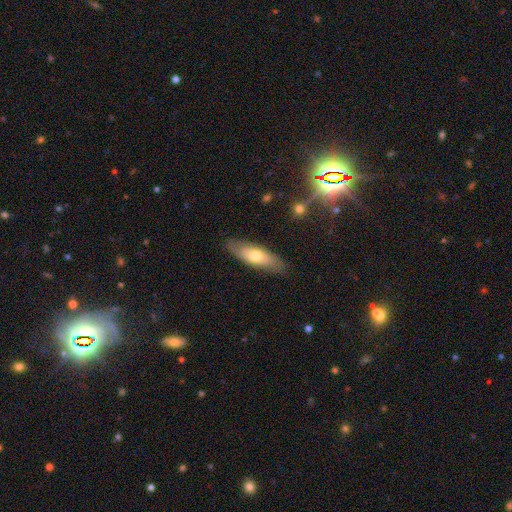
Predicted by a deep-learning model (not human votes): The model was most divided on "how rounded": in between: 51%, cigar-shaped: 46%, round: 2%. More confident: merging — none (83%); smooth or featured — smooth (57%).